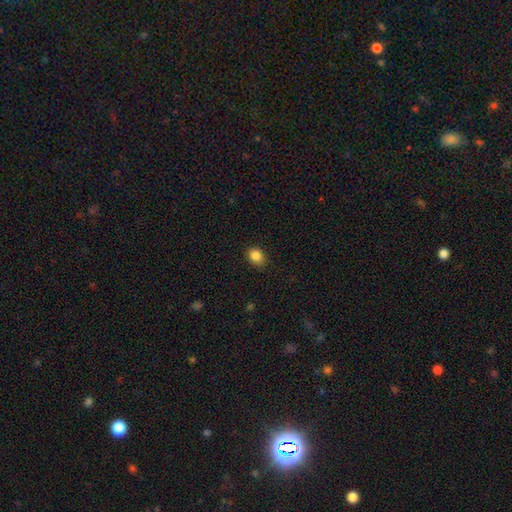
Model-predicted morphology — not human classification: type=smooth (86%); roundness=round (55%); merging=none (83%).